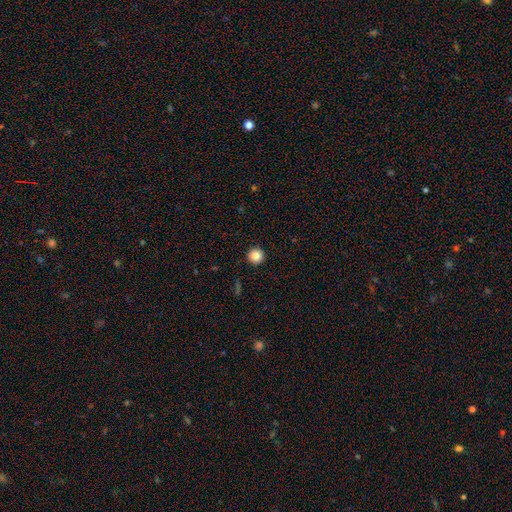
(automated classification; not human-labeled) Morphology: type=smooth (85%); roundness=round (96%); merging=none (93%).